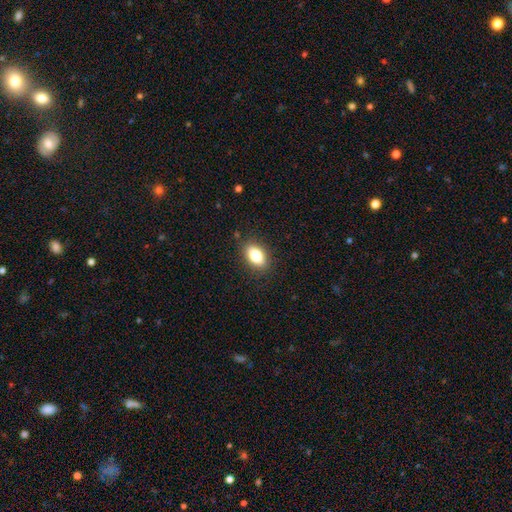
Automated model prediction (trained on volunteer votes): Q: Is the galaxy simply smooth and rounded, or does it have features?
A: smooth — 81%.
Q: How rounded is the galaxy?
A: in between — 86%.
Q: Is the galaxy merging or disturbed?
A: none — 85%.